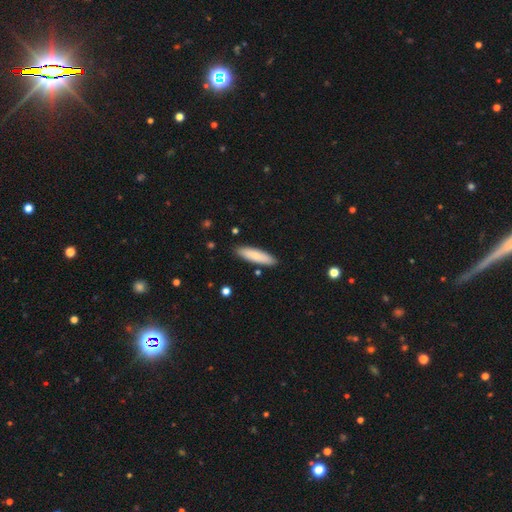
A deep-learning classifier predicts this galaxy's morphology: smooth_or_featured: smooth (p=0.80) [alt: featured or disk p=0.14]
how_rounded: cigar-shaped (p=0.69) [alt: in between p=0.30]
merging: none (p=0.88) [alt: minor disturbance p=0.08]